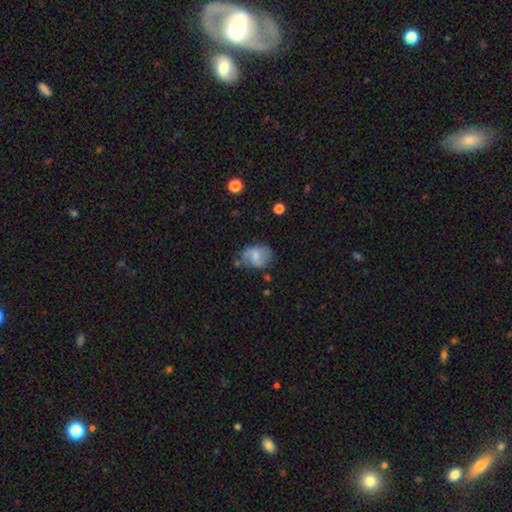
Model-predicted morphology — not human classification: The model was most divided on "smooth or featured": smooth: 54%, featured or disk: 37%, star or artifact: 9%. More confident: how rounded — in between (63%); merging — none (51%).